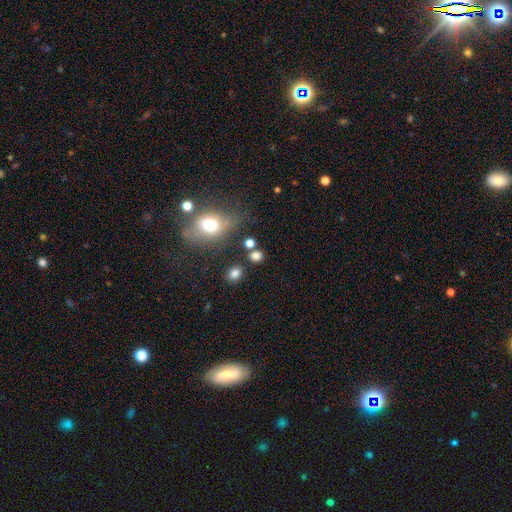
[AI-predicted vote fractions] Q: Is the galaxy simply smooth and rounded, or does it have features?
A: smooth — 78%.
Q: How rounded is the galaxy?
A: round — 67%.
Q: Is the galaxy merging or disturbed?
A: none — 74%.